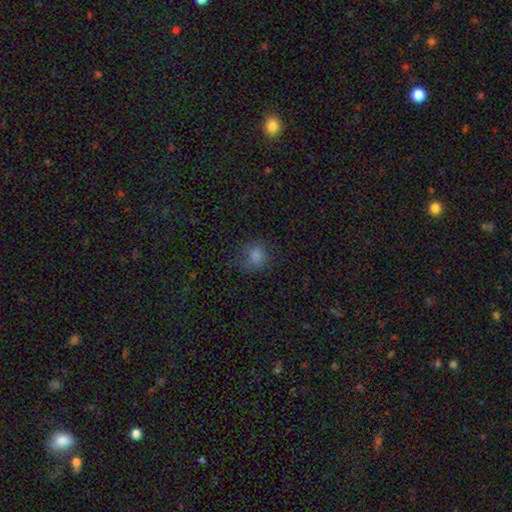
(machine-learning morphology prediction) This appears to be a smooth galaxy with no disk features (73%) that is round (69%). Merging: none (68%).